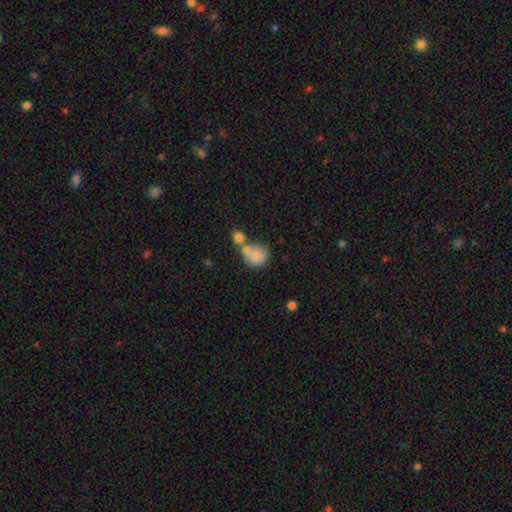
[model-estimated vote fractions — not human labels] A smooth galaxy with no disk features (79%) that is round (79%).

Vote fractions:
- Smooth or featured? smooth: 79% / featured or disk: 12% / star or artifact: 8%
- How rounded? round: 79% / in between: 20% / cigar-shaped: 1%
- Merging? merger: 45% / none: 36% / minor disturbance: 13% / major disturbance: 6%